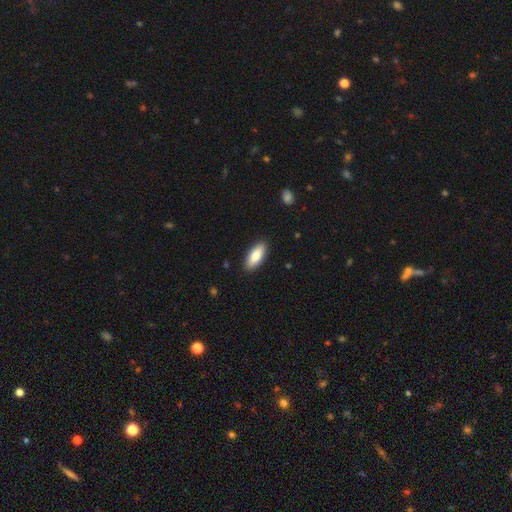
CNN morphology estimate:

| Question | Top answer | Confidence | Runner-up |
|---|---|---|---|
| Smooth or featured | smooth | 83% | featured or disk (12%) |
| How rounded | in between | 74% | cigar-shaped (24%) |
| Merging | none | 89% | minor disturbance (8%) |